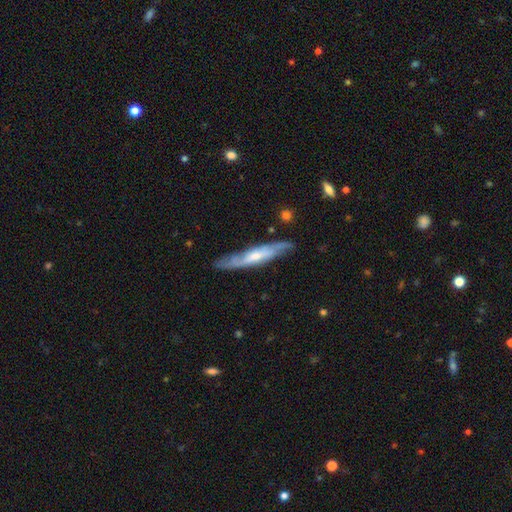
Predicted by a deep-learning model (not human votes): Morphology: type=featured or disk (68%); edge-on=yes (60%); merging=none (79%).